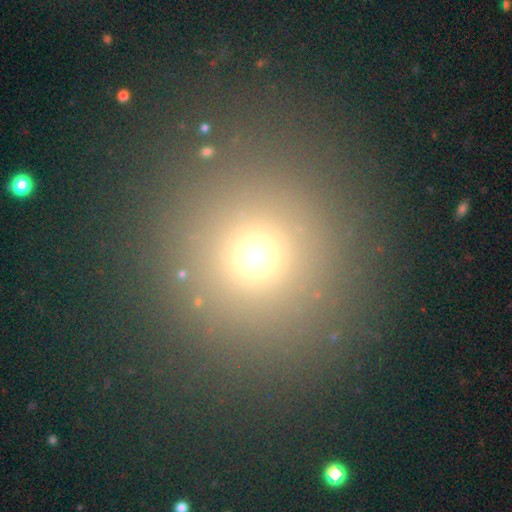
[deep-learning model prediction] Morphology: type=smooth (68%); roundness=round (89%); merging=none (80%).